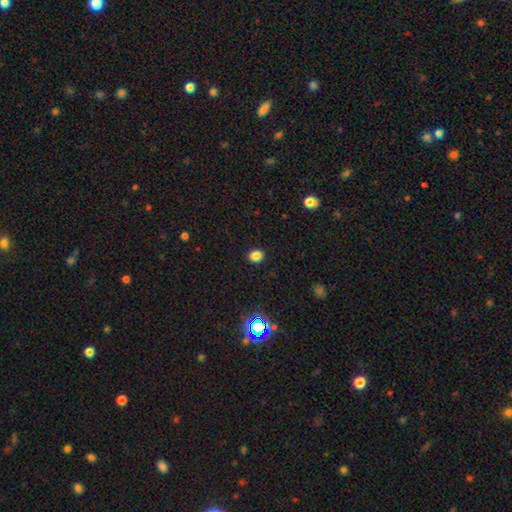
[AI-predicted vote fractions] Smooth or featured? smooth (82%)
How rounded? round (67%)
Merging? none (91%)